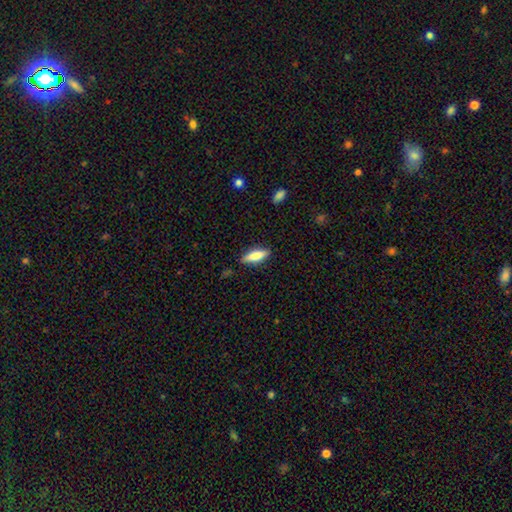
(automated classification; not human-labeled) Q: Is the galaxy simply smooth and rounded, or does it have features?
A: smooth — 77%.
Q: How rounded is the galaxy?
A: cigar-shaped — 57%.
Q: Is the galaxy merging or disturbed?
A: none — 85%.